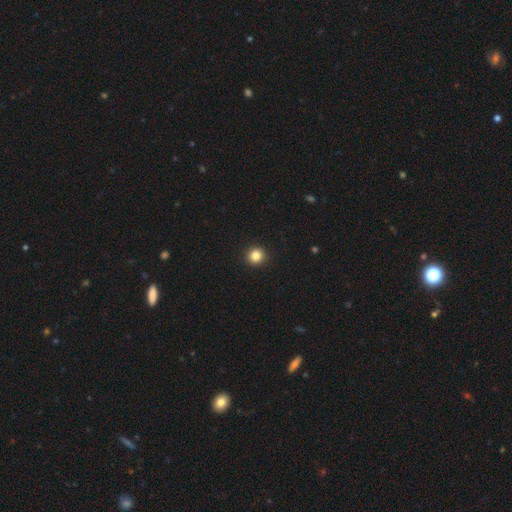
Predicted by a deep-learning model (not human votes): Smooth or featured?
  - smooth: 84% *
  - star or artifact: 11%
  - featured or disk: 5%
How rounded?
  - round: 94% *
  - in between: 5%
  - cigar-shaped: 1%
Merging?
  - none: 93% *
  - minor disturbance: 4%
  - major disturbance: 1%
  - merger: 1%